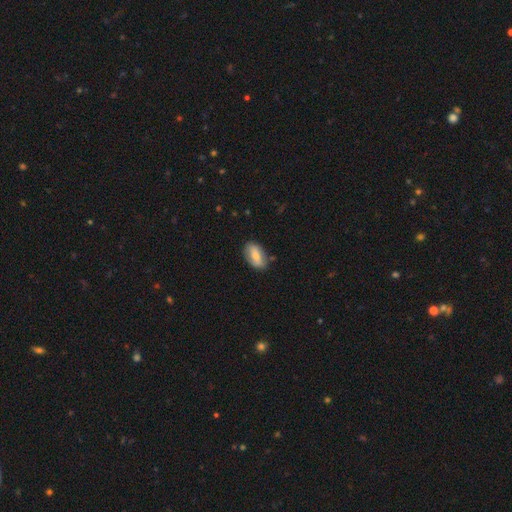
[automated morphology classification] smooth-or-featured: smooth: 65% | featured or disk: 28% | star or artifact: 7%
  how-rounded: in between: 90% | round: 6% | cigar-shaped: 4%
  merging: none: 77% | minor disturbance: 17% | major disturbance: 3% | merger: 2%